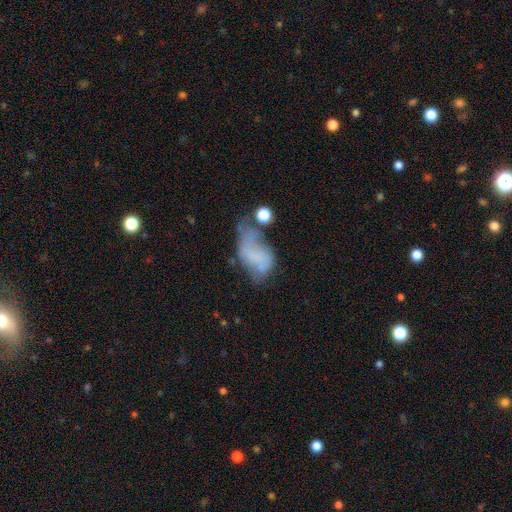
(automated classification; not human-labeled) A smooth galaxy with no disk features (49%).

Vote fractions:
- Smooth or featured? smooth: 49% / featured or disk: 37% / star or artifact: 14%
- Merging? major disturbance: 43% / minor disturbance: 23% / none: 19% / merger: 15%